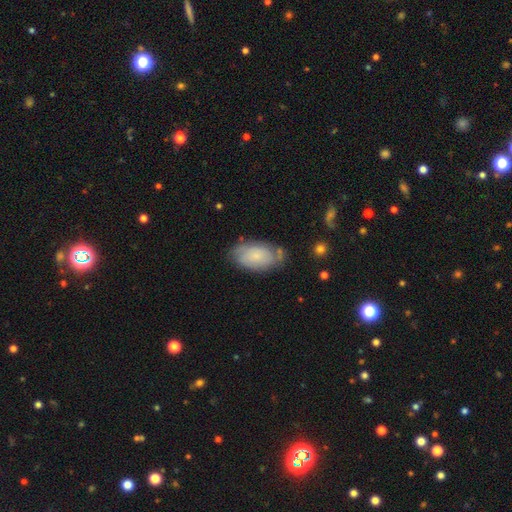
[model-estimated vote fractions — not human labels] A smooth galaxy with no disk features (58%) that is in between round and cigar-shaped (94%).

Vote fractions:
- Smooth or featured? smooth: 58% / featured or disk: 34% / star or artifact: 7%
- How rounded? in between: 94% / round: 4% / cigar-shaped: 2%
- Merging? none: 64% / minor disturbance: 25% / major disturbance: 7% / merger: 4%